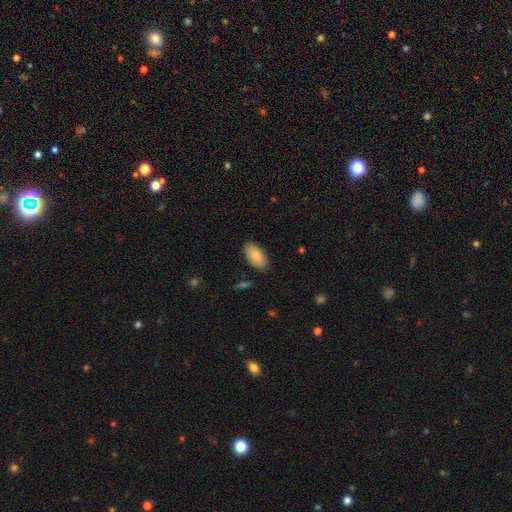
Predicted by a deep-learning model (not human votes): A smooth galaxy with no disk features (87%) that is in between round and cigar-shaped (95%). Merging: none (87%).